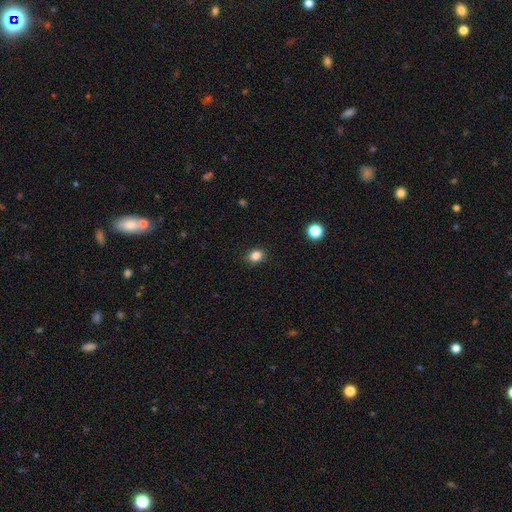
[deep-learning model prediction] A smooth galaxy with no disk features (84%) that is in between round and cigar-shaped (53%). Merging: none (88%).